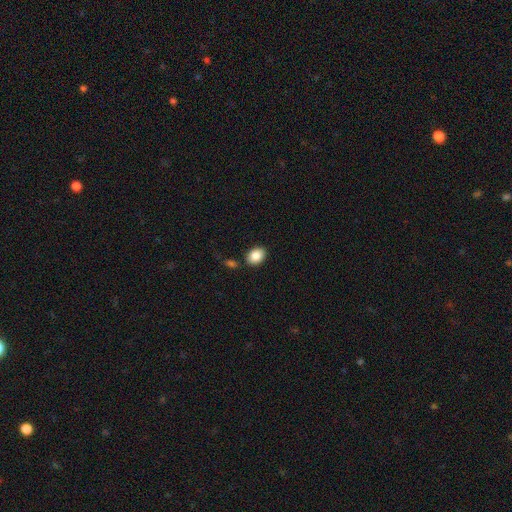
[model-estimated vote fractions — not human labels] Q: Smooth or featured?
A: smooth (87%); runner-up: star or artifact (8%)
Q: How rounded?
A: in between (68%); runner-up: round (31%)
Q: Merging?
A: none (80%); runner-up: minor disturbance (11%)